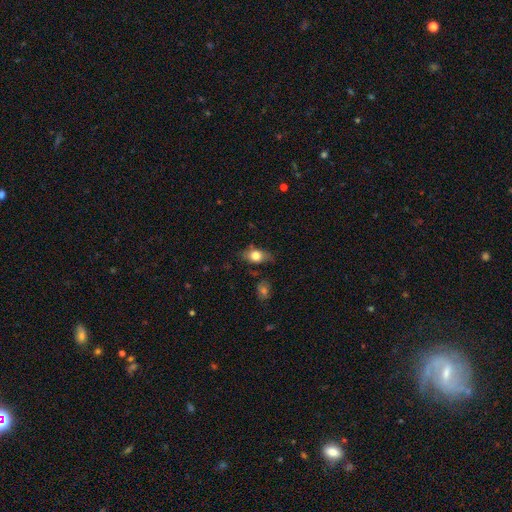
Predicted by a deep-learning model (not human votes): Smooth or featured?
  - smooth: 76% *
  - featured or disk: 16%
  - star or artifact: 8%
How rounded?
  - in between: 80% *
  - round: 16%
  - cigar-shaped: 4%
Merging?
  - none: 68% *
  - minor disturbance: 23%
  - major disturbance: 6%
  - merger: 3%